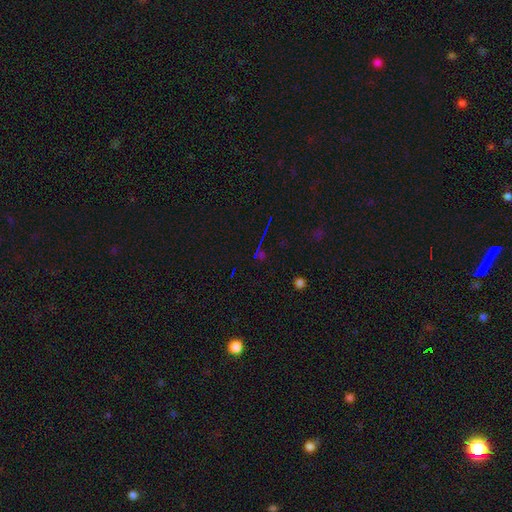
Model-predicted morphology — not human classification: A star or artifact, not a galaxy (73%).